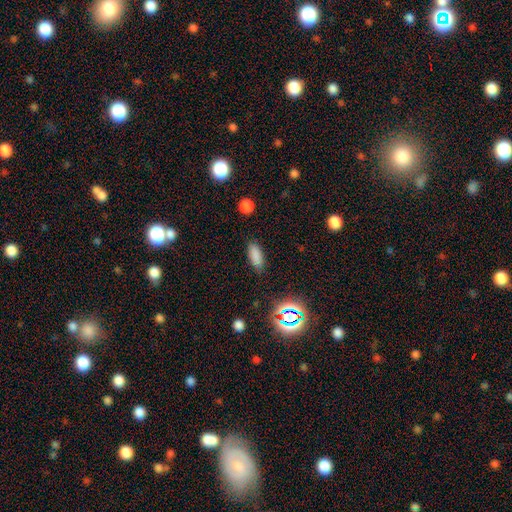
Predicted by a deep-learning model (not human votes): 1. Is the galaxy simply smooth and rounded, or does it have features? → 80% smooth, 14% star or artifact, 6% featured or disk.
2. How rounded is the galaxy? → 77% in between, 20% cigar-shaped, 3% round.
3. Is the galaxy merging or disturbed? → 84% none, 11% minor disturbance, 3% major disturbance, 2% merger.